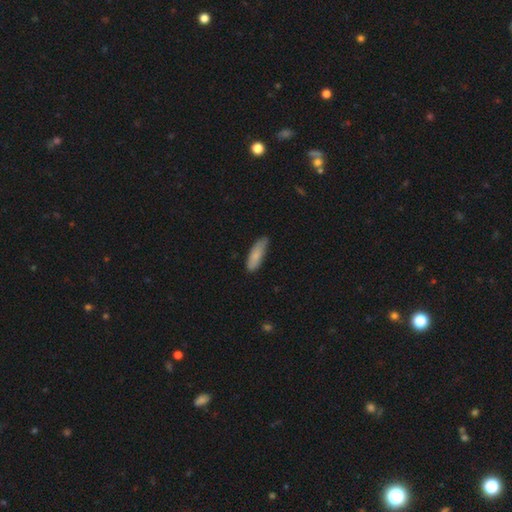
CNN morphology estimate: This is clearly a smooth galaxy (82%). How rounded: possibly in between (50%). Merging: likely none (69%).